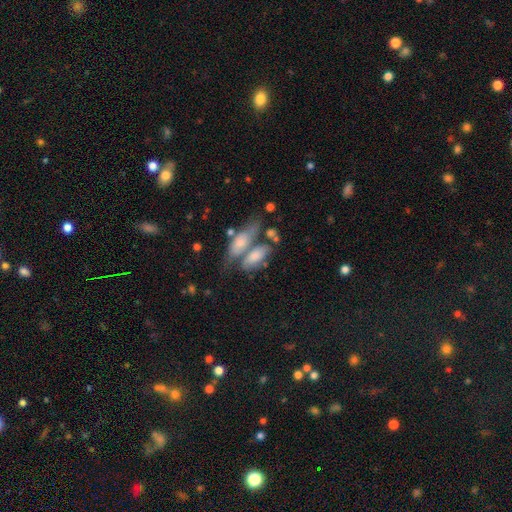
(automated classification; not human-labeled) Overall: smooth (68%). How rounded: in between (77%). Merging: merger (47%; none 30%).